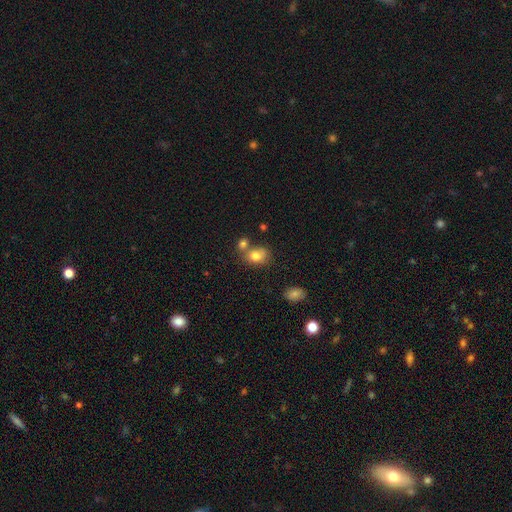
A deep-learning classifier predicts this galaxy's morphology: This appears to be a smooth galaxy with no disk features (79%) that is in between round and cigar-shaped (60%). Merging: none (45%).